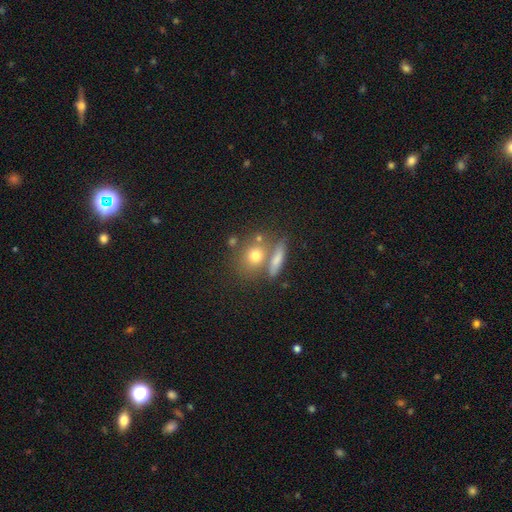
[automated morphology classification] Smooth or featured: smooth — 72% (featured or disk — 17%)
How rounded: round — 65% (in between — 29%)
Merging: none — 56% (merger — 28%)